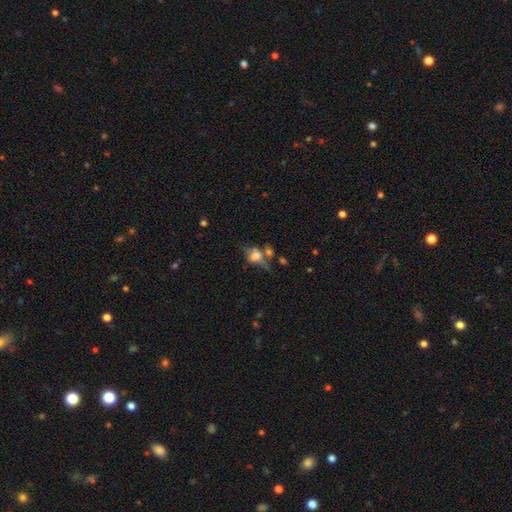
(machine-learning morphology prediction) A smooth galaxy with no disk features (48%). Merging: none (34%).